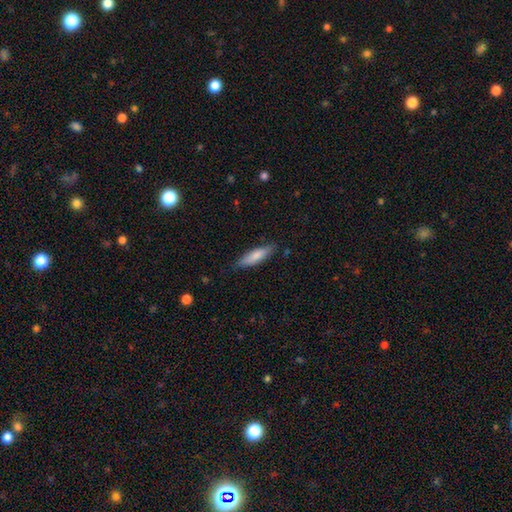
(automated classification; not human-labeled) smooth-or-featured: smooth: 79% | featured or disk: 16% | star or artifact: 6%
  how-rounded: cigar-shaped: 62% | in between: 36% | round: 1%
  merging: none: 82% | minor disturbance: 15% | major disturbance: 3% | merger: 1%